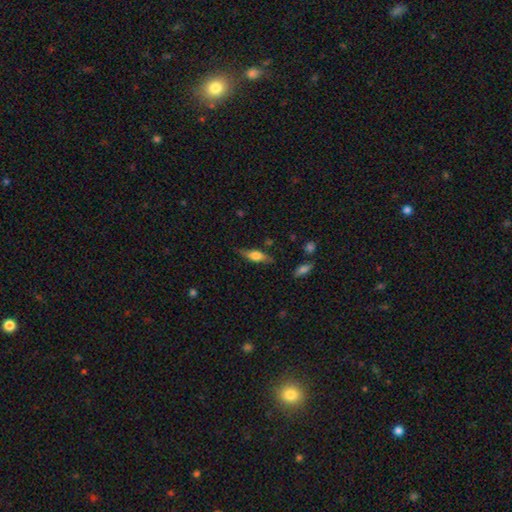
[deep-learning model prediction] Smooth or featured? Predicted: smooth (p=0.56). How rounded? Predicted: in between (p=0.50). Merging? Predicted: none (p=0.76).